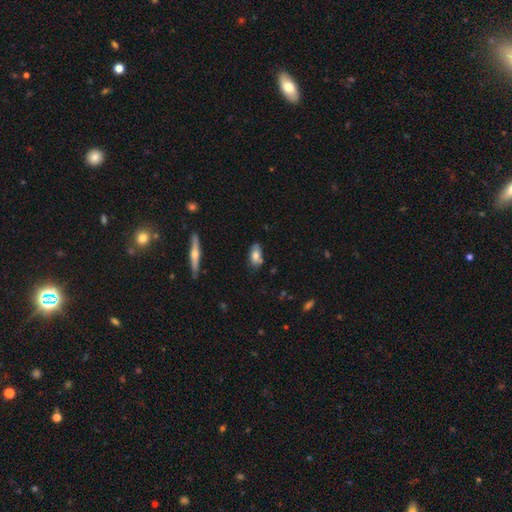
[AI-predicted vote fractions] Smooth or featured: smooth — 69% (featured or disk — 24%)
How rounded: in between — 88% (cigar-shaped — 8%)
Merging: none — 71% (minor disturbance — 21%)